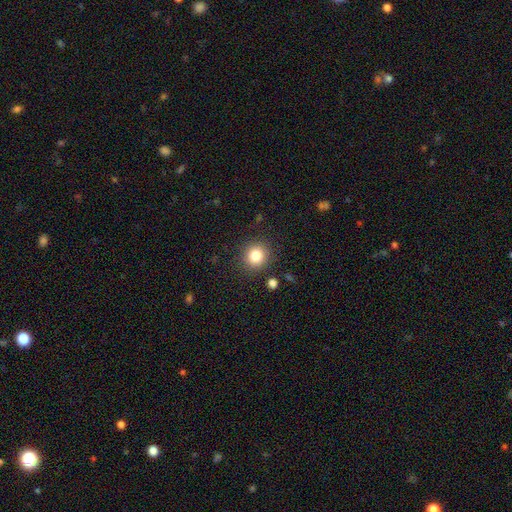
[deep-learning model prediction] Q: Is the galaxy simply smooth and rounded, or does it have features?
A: smooth — 82%.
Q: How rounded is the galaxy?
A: round — 89%.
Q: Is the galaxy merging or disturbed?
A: none — 87%.